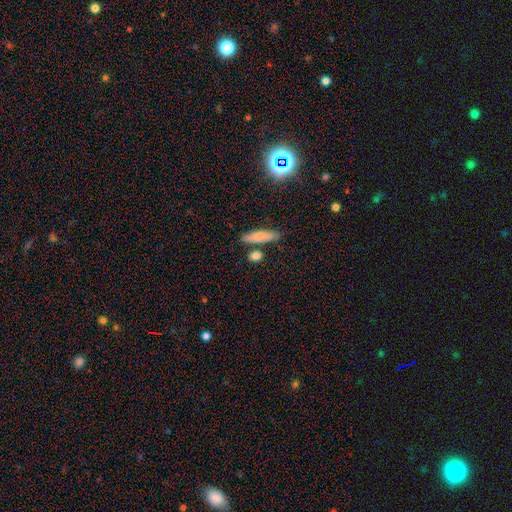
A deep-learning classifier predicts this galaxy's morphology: Overall: smooth (83%). How rounded: in between (42%; cigar-shaped 30%). Merging: none (74%).